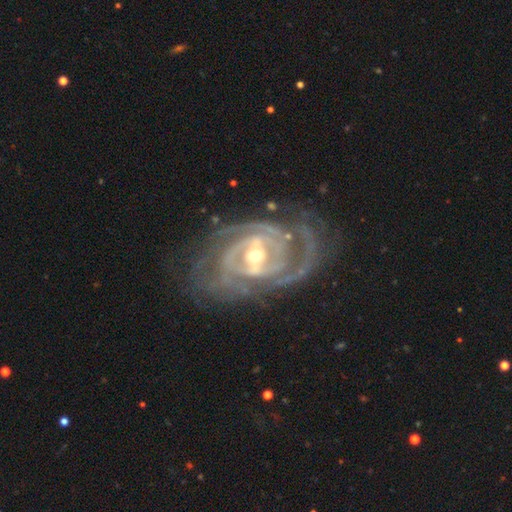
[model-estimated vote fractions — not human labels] This is clearly a featured or disk galaxy (92%). It is clearly not viewed edge-on (97%). Bar: marginally weak (42%). Spiral arm pattern: clearly yes (97%). Spiral arm count: marginally 2 (36%). Spiral winding: likely tight (65%). Central bulge: possibly moderate (55%). Merging: likely none (68%).